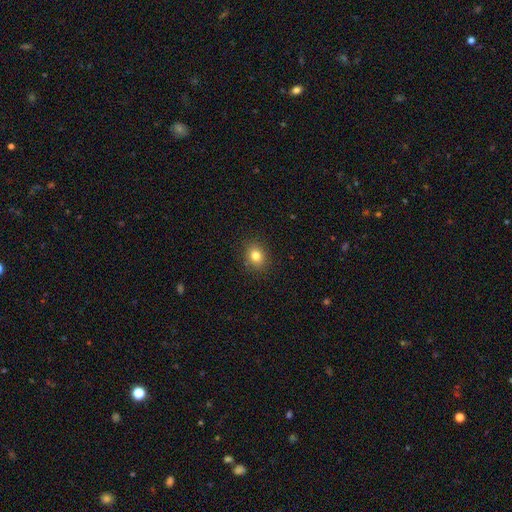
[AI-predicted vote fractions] Overall: smooth (81%). How rounded: round (58%; in between 41%). Merging: none (89%).